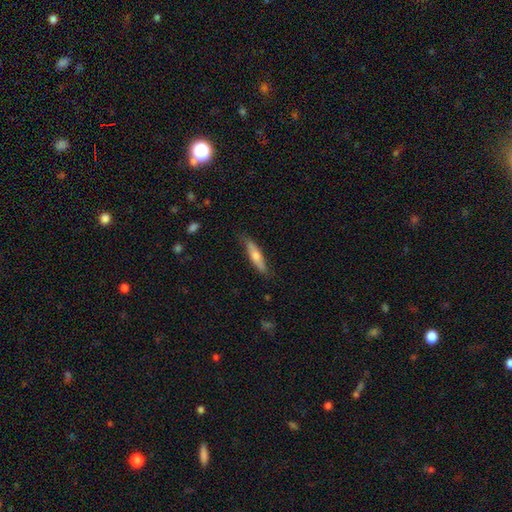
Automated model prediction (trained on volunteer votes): Smooth or featured? Predicted: smooth (p=0.50). How rounded? Predicted: cigar-shaped (p=0.81). Merging? Predicted: none (p=0.80).